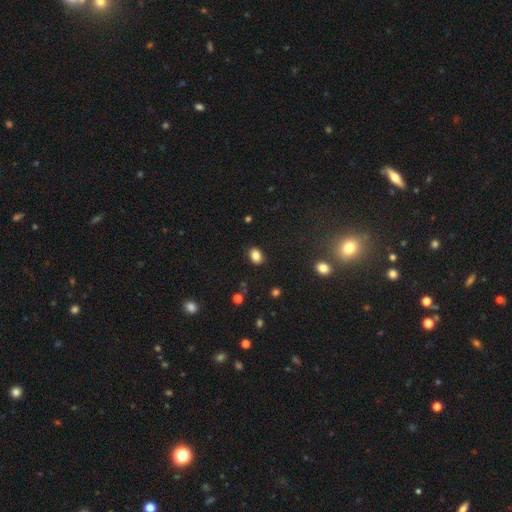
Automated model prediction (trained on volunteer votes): The model was most divided on "how rounded": in between: 70%, round: 29%, cigar-shaped: 1%. More confident: merging — none (86%); smooth or featured — smooth (85%).